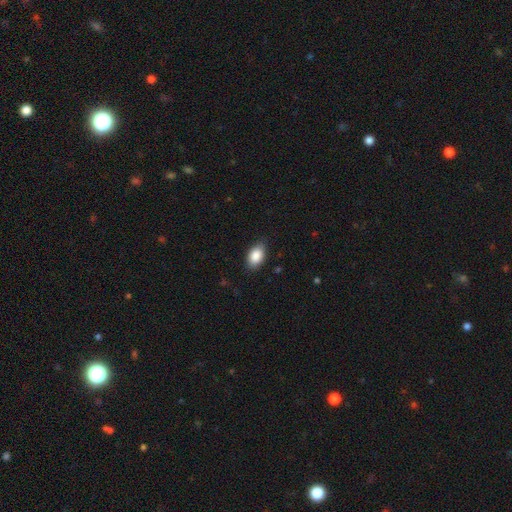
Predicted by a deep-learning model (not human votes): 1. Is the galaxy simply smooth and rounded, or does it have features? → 88% smooth, 7% star or artifact, 5% featured or disk.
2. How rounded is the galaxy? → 90% in between, 8% round, 2% cigar-shaped.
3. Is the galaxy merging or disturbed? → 82% none, 14% minor disturbance, 3% major disturbance, 1% merger.